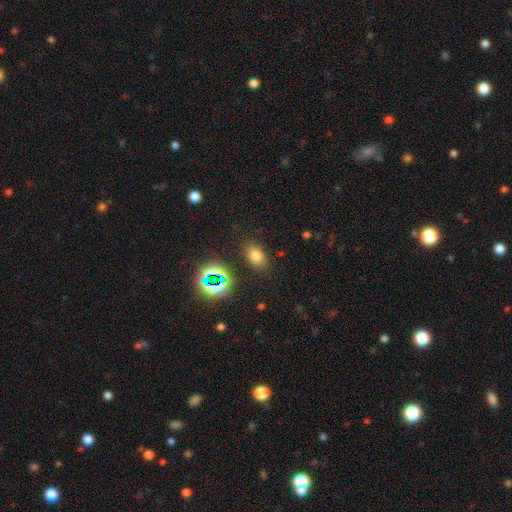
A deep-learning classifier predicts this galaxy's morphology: Smooth or featured: smooth — 70% (star or artifact — 21%)
How rounded: in between — 80% (round — 18%)
Merging: none — 83% (minor disturbance — 10%)